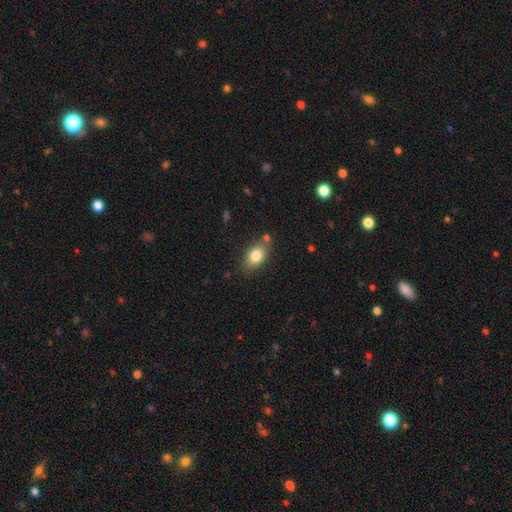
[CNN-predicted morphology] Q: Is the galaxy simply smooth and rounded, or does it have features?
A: smooth — 81%.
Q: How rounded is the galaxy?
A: in between — 86%.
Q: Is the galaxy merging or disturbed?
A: none — 74%.